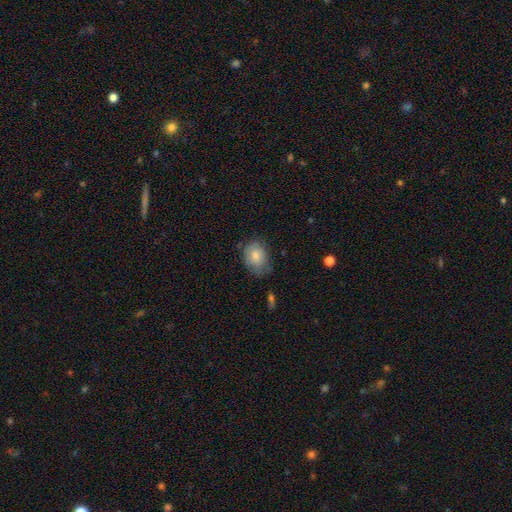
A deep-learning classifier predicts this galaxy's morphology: This is clearly a smooth galaxy (81%). How rounded: likely in between (63%). Merging: likely none (62%).